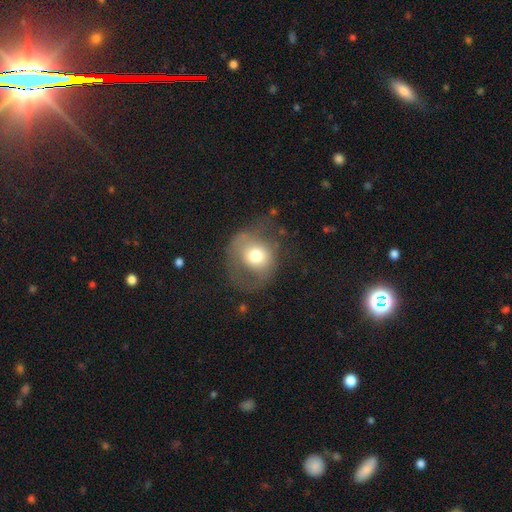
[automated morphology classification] Smooth or featured? Predicted: smooth (p=0.59). How rounded? Predicted: round (p=0.69). Merging? Predicted: none (p=0.38).